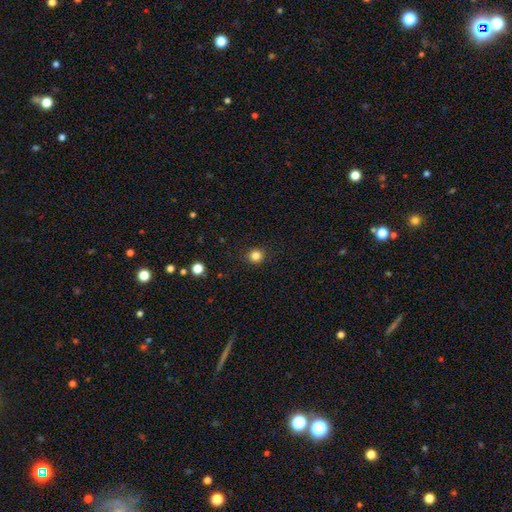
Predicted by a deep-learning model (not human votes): Morphology: type=smooth (83%); roundness=round (89%); merging=none (91%).